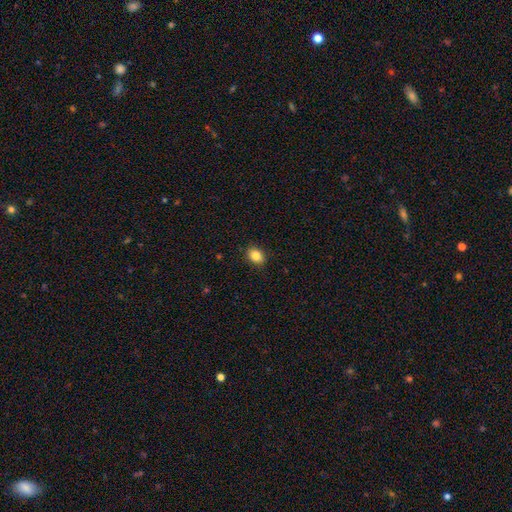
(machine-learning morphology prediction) Q: Smooth or featured?
A: smooth (85%); runner-up: star or artifact (9%)
Q: How rounded?
A: in between (65%); runner-up: round (34%)
Q: Merging?
A: none (89%); runner-up: minor disturbance (8%)